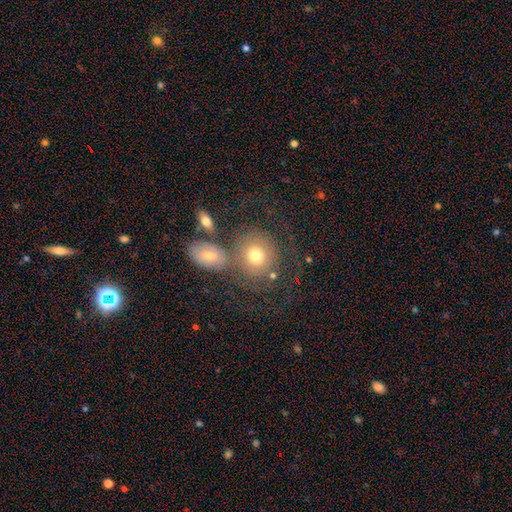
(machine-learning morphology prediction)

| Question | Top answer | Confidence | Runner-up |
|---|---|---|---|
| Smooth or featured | smooth | 66% | featured or disk (22%) |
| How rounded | round | 79% | in between (20%) |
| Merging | none | 56% | merger (21%) |